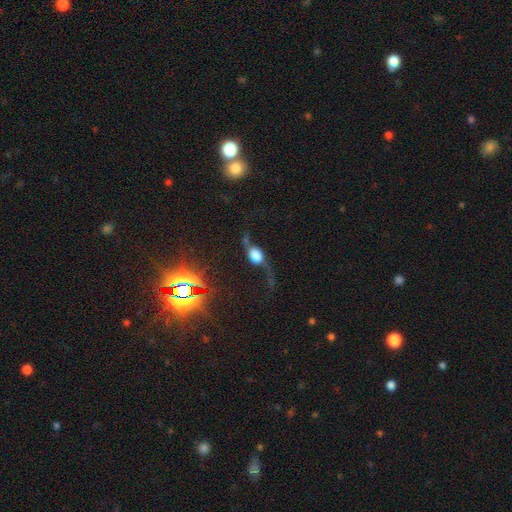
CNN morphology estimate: Smooth or featured? Predicted: featured or disk (p=0.53). Edge-on disk? Predicted: no (p=0.74). Merging? Predicted: none (p=0.43).